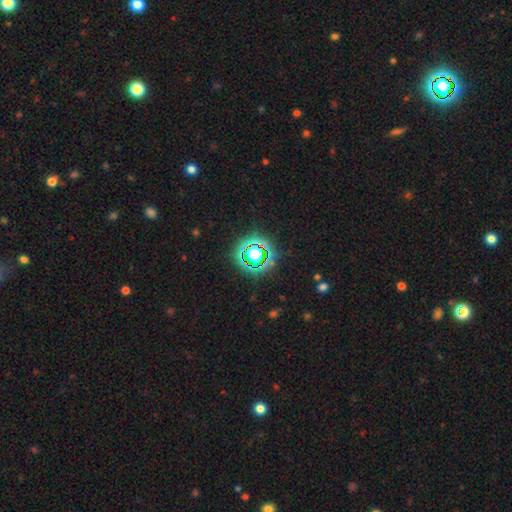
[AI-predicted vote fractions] The model was most divided on "smooth or featured": star or artifact: 75%, smooth: 16%, featured or disk: 9%.